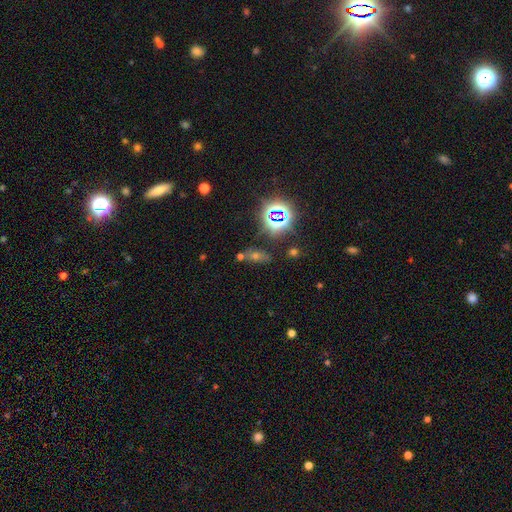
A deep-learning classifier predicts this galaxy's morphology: This appears to be a star or artifact, not a galaxy (51%).